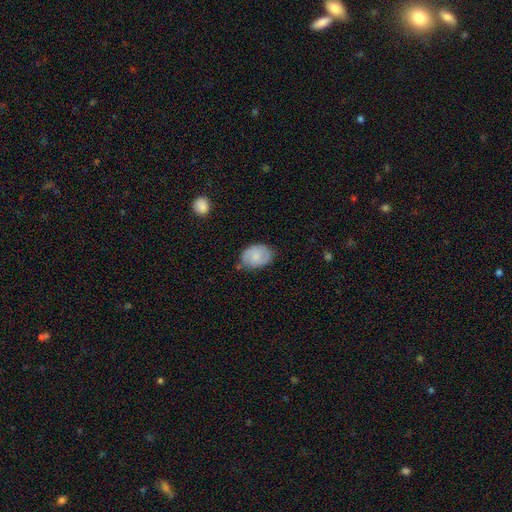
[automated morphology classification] smooth-or-featured: smooth: 68% | featured or disk: 25% | star or artifact: 7%
  how-rounded: in between: 78% | round: 21% | cigar-shaped: 1%
  merging: none: 66% | minor disturbance: 26% | major disturbance: 5% | merger: 3%